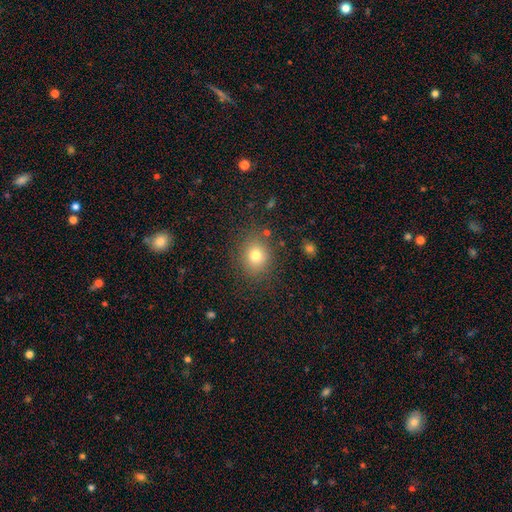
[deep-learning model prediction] Overall: smooth (77%). How rounded: round (72%). Merging: none (84%).